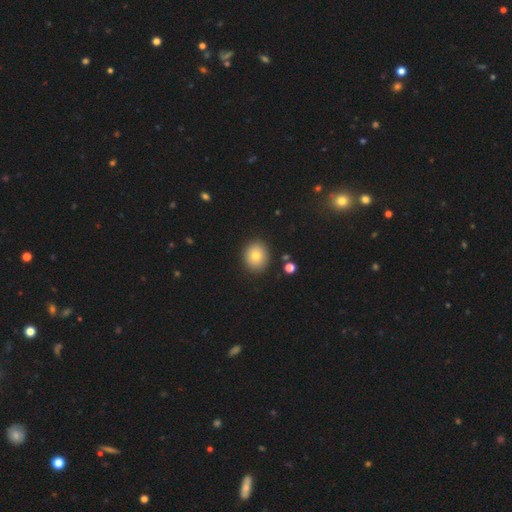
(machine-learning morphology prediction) The model was most divided on "how rounded": round: 74%, in between: 25%, cigar-shaped: 1%. More confident: merging — none (89%); smooth or featured — smooth (78%).